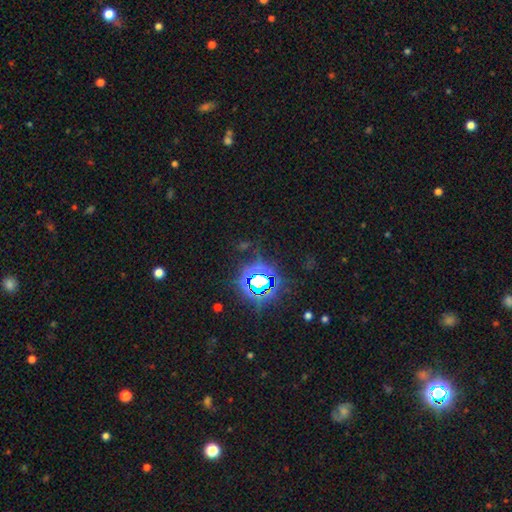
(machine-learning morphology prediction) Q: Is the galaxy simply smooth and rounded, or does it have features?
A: star or artifact — 82%.